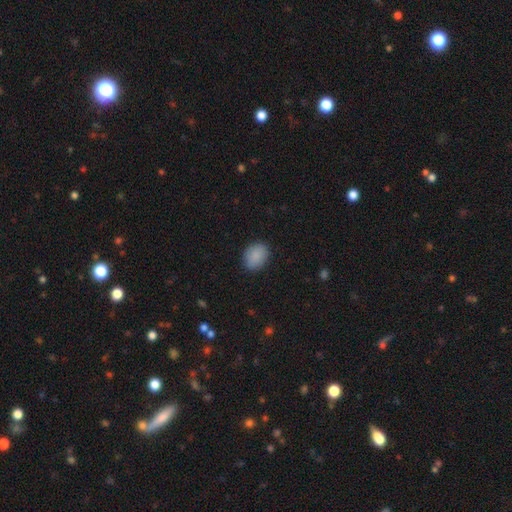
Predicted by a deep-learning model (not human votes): A smooth galaxy with no disk features (89%) that is in between round and cigar-shaped (67%).

Vote fractions:
- Smooth or featured? smooth: 89% / star or artifact: 7% / featured or disk: 4%
- How rounded? in between: 67% / round: 32% / cigar-shaped: 1%
- Merging? none: 86% / minor disturbance: 11% / major disturbance: 3% / merger: 1%